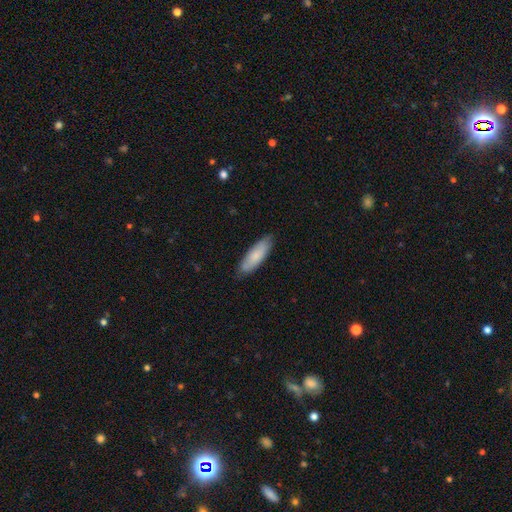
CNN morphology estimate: Q: Smooth or featured?
A: smooth (78%); runner-up: featured or disk (16%)
Q: How rounded?
A: in between (52%); runner-up: cigar-shaped (47%)
Q: Merging?
A: none (82%); runner-up: minor disturbance (15%)